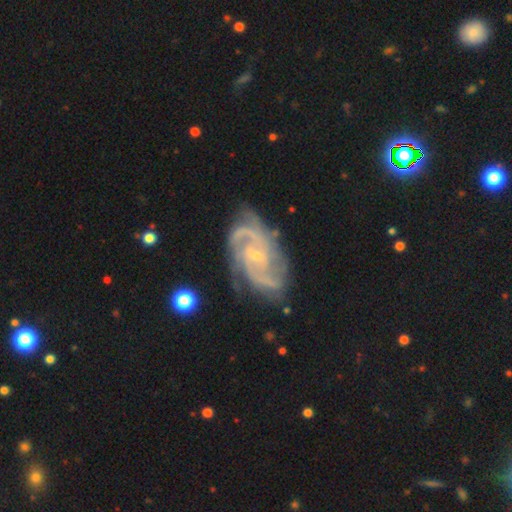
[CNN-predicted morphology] A featured or disk galaxy (92%) with no bar (49%), 2 (41%) medium (47%) spiral arms (98%) and a small central bulge (81%).

Vote fractions:
- Smooth or featured? featured or disk: 92% / star or artifact: 5% / smooth: 3%
- Edge-on disk? no: 97% / yes: 3%
- Bar? no: 49% / weak: 39% / strong: 12%
- Spiral arms? yes: 98% / no: 2%
- Spiral winding? medium: 47% / tight: 44% / loose: 8%
- Spiral arm count? 2: 41% / 3: 31% / can't tell: 9% / 4: 8% / more than 4: 5% / 1: 5%
- Bulge size? small: 81% / moderate: 14% / none: 3% / large: 1% / dominant: 1%
- Merging? none: 73% / minor disturbance: 19% / major disturbance: 6% / merger: 2%